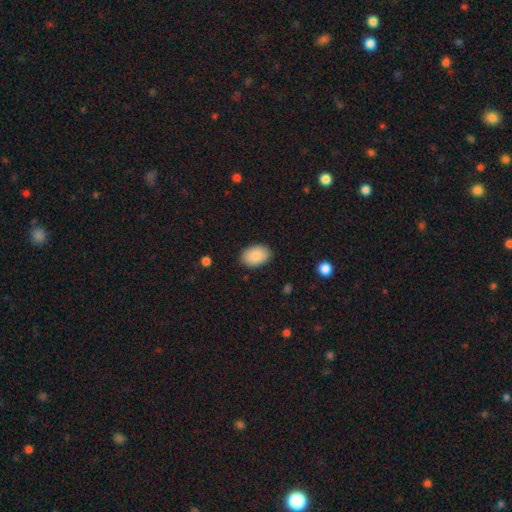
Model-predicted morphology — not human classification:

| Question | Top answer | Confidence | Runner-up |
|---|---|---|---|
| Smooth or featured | smooth | 89% | star or artifact (6%) |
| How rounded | in between | 89% | round (10%) |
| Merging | none | 87% | minor disturbance (10%) |